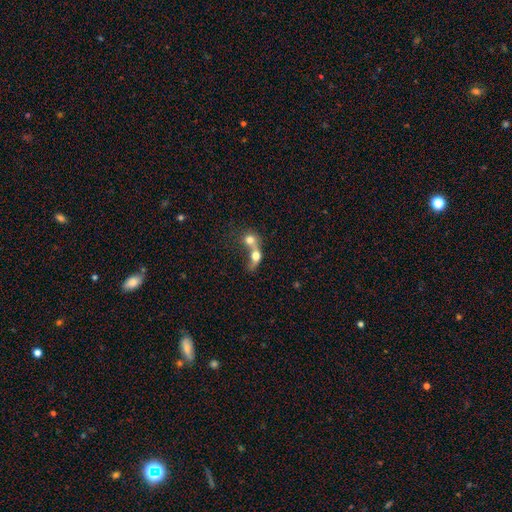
smooth 56%, featured or disk 36%, star or artifact 8%. Down the decision tree: how rounded — in between (59%); merging — merger (81%).